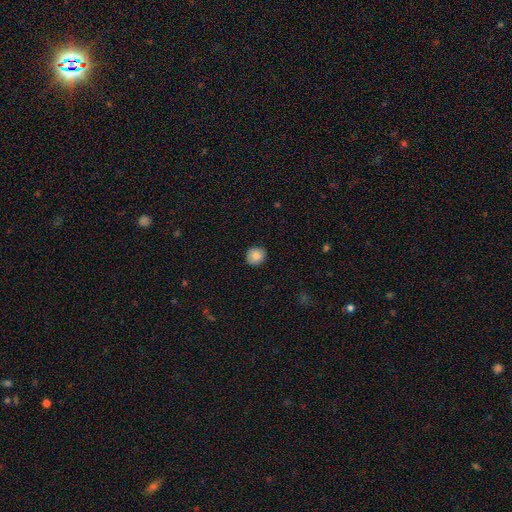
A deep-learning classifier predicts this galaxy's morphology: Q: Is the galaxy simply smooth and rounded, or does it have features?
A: smooth — 85%.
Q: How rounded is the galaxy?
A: round — 84%.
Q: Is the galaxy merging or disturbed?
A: none — 89%.